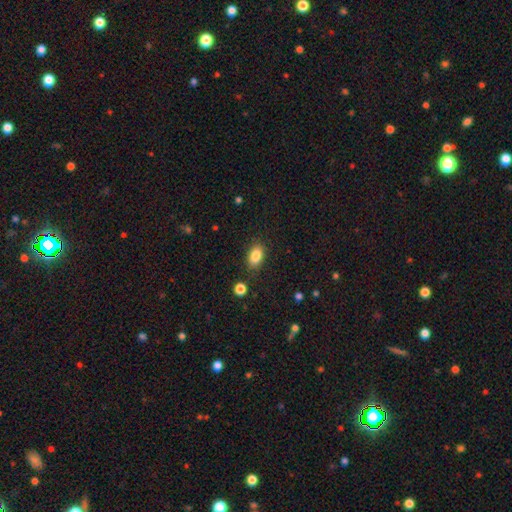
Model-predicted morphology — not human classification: smooth 85%, star or artifact 9%, featured or disk 6%. Down the decision tree: how rounded — in between (87%); merging — none (84%).